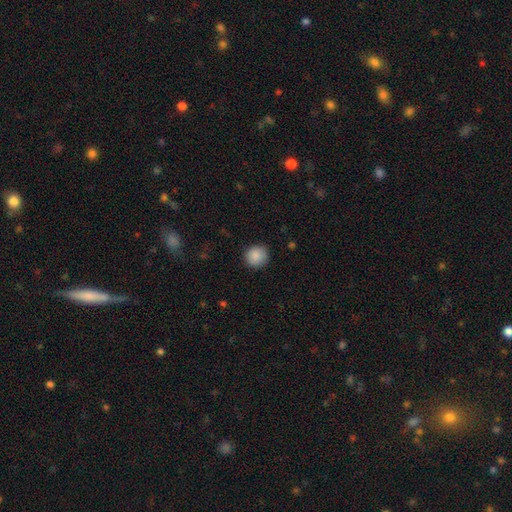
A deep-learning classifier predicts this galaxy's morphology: smooth-or-featured: smooth: 88% | star or artifact: 8% | featured or disk: 4%
  how-rounded: round: 90% | in between: 9% | cigar-shaped: 1%
  merging: none: 88% | minor disturbance: 9% | major disturbance: 2% | merger: 1%